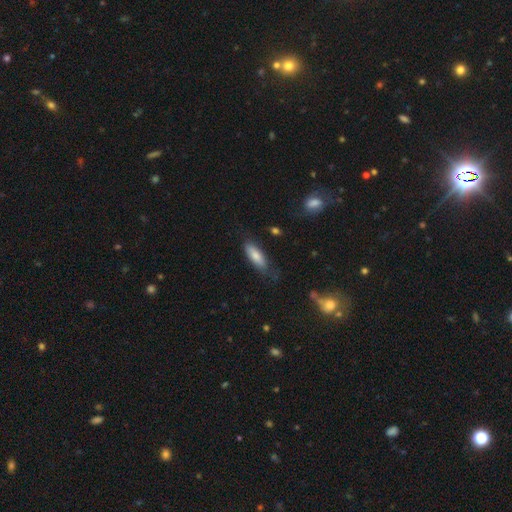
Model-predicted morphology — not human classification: smooth-or-featured: smooth: 79% | featured or disk: 15% | star or artifact: 6%
  how-rounded: in between: 61% | cigar-shaped: 37% | round: 2%
  merging: none: 69% | minor disturbance: 23% | major disturbance: 6% | merger: 2%